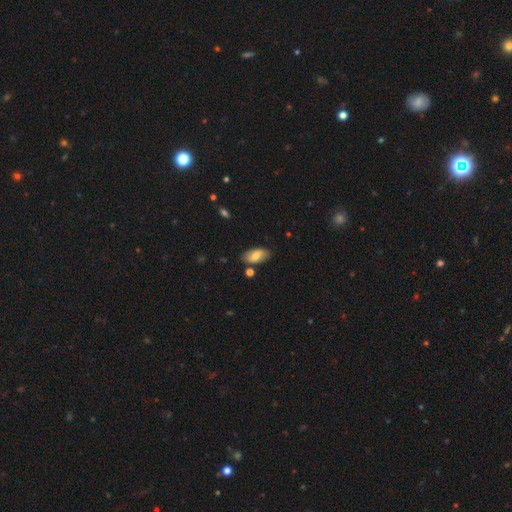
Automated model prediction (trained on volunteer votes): smooth-or-featured: smooth: 74% | featured or disk: 19% | star or artifact: 7%
  how-rounded: in between: 92% | cigar-shaped: 5% | round: 3%
  merging: none: 81% | minor disturbance: 12% | merger: 4% | major disturbance: 2%